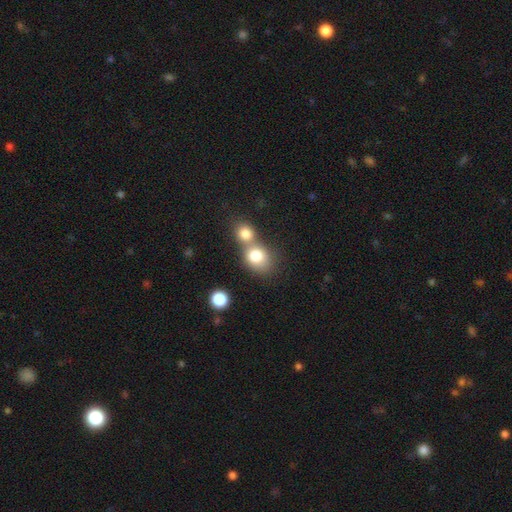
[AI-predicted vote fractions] smooth-or-featured: smooth: 79% | featured or disk: 11% | star or artifact: 10%
  how-rounded: round: 64% | in between: 35% | cigar-shaped: 1%
  merging: merger: 61% | none: 29% | minor disturbance: 7% | major disturbance: 3%